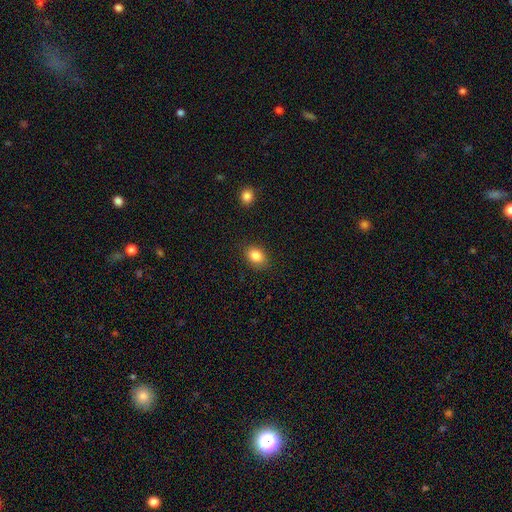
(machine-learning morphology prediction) smooth_or_featured: smooth (p=0.85) [alt: star or artifact p=0.09]
how_rounded: in between (p=0.72) [alt: round p=0.26]
merging: none (p=0.86) [alt: minor disturbance p=0.10]